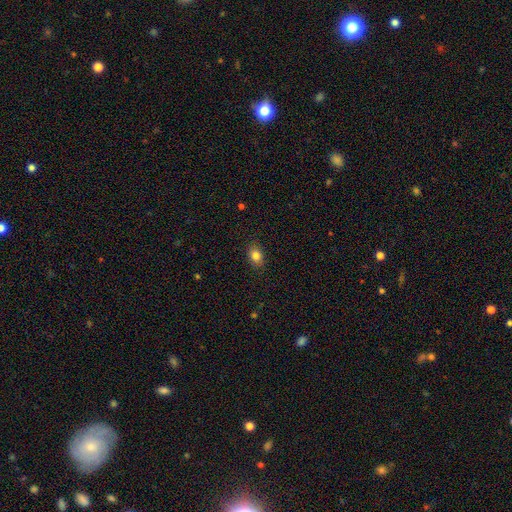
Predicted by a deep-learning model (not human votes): Overall: smooth (84%). How rounded: in between (74%). Merging: none (87%).